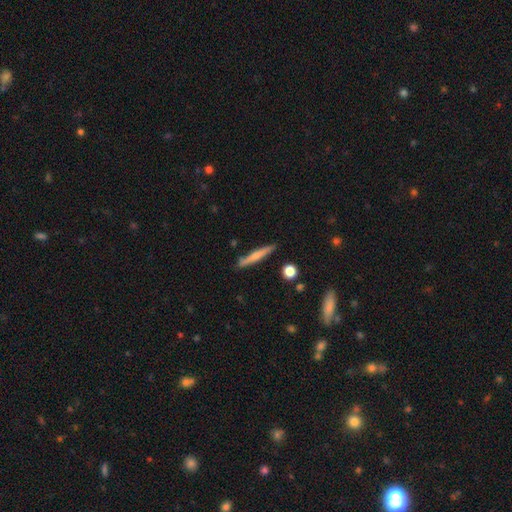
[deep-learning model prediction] smooth_or_featured: smooth (p=0.53) [alt: featured or disk p=0.41]
how_rounded: cigar-shaped (p=0.93) [alt: in between p=0.05]
merging: none (p=0.85) [alt: minor disturbance p=0.10]